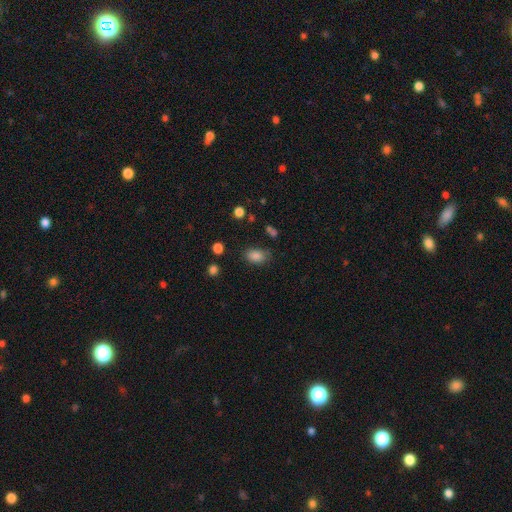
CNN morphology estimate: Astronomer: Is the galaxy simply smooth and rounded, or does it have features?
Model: smooth — 84%.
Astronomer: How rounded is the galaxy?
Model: in between — 82%.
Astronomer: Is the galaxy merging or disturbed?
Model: none — 78%.